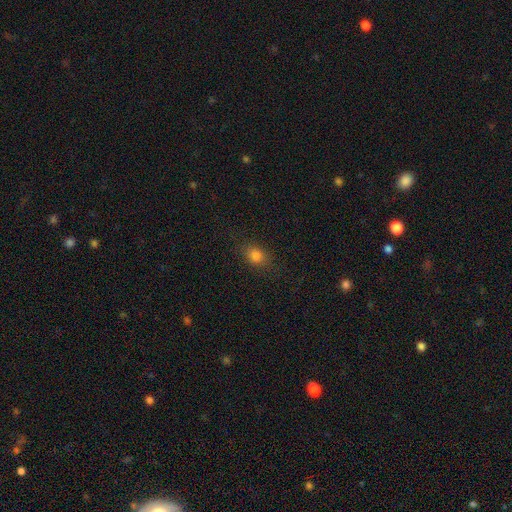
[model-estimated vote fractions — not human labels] Overall: smooth (80%). How rounded: in between (61%; round 36%). Merging: none (83%).